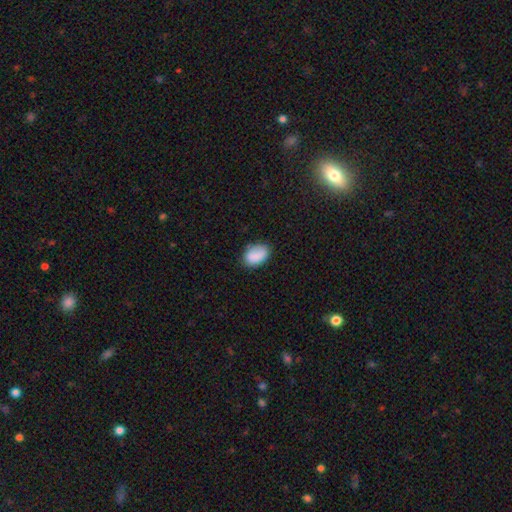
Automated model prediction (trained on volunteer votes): Smooth or featured: smooth — 87% (star or artifact — 8%)
How rounded: in between — 85% (round — 14%)
Merging: none — 75% (minor disturbance — 19%)